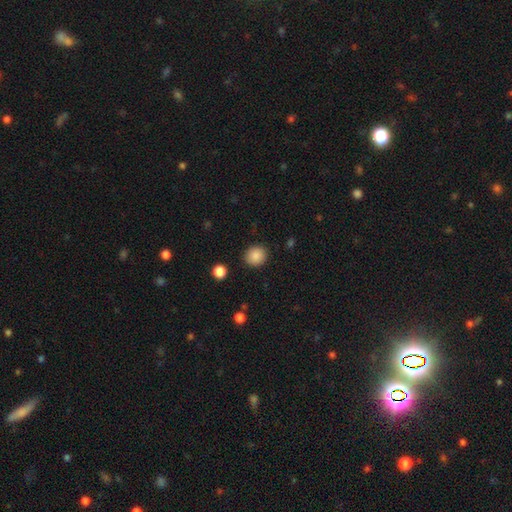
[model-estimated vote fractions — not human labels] This appears to be a smooth galaxy with no disk features (88%) that is round (77%). Merging: none (89%).